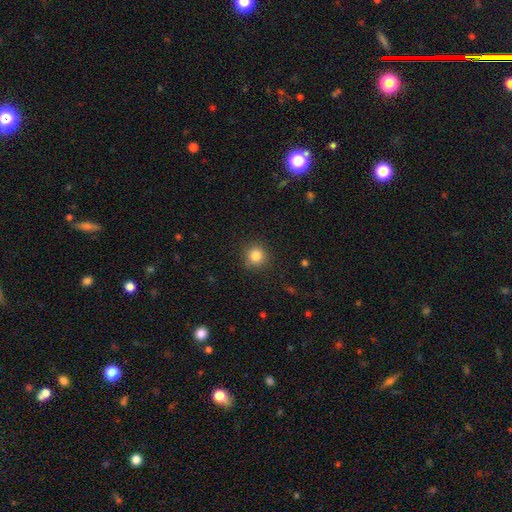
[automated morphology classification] A smooth galaxy with no disk features (84%) that is round (93%). Merging: none (89%).